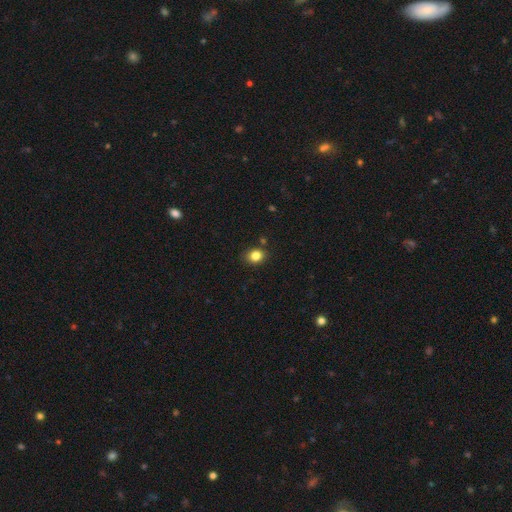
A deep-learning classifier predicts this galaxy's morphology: Smooth or featured?
  - smooth: 83% *
  - star or artifact: 11%
  - featured or disk: 6%
How rounded?
  - round: 53% *
  - in between: 46%
  - cigar-shaped: 1%
Merging?
  - none: 84% *
  - minor disturbance: 10%
  - merger: 3%
  - major disturbance: 2%